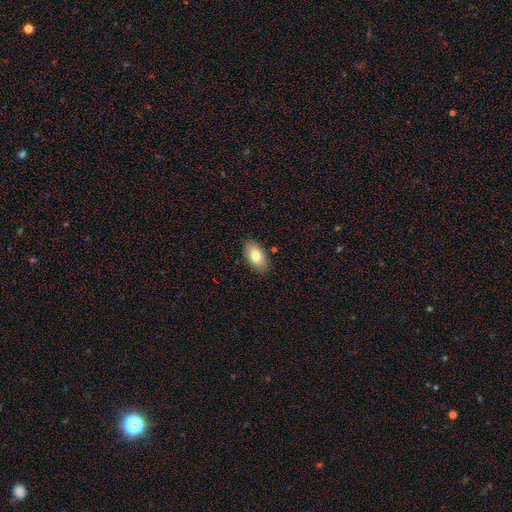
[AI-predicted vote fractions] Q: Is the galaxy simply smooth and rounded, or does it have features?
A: smooth — 78%.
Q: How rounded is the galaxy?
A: in between — 93%.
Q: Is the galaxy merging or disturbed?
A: none — 86%.